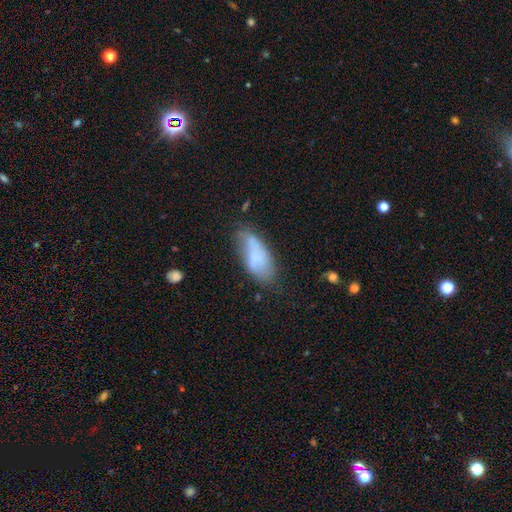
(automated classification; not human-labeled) The model was most divided on "merging": none: 46%, minor disturbance: 34%, major disturbance: 15%, merger: 5%. More confident: how rounded — in between (81%); smooth or featured — smooth (67%).